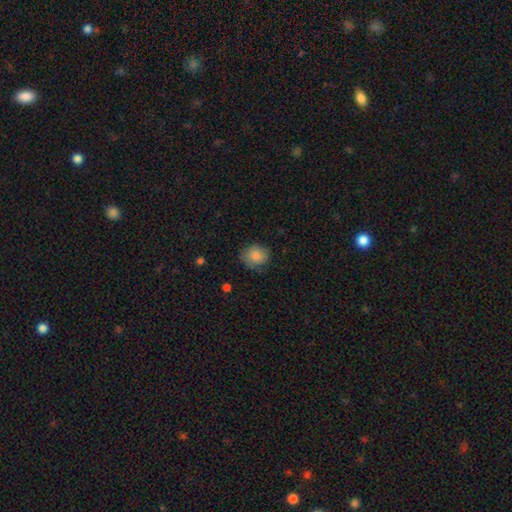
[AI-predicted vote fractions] Morphology: type=smooth (84%); roundness=round (80%); merging=none (72%).